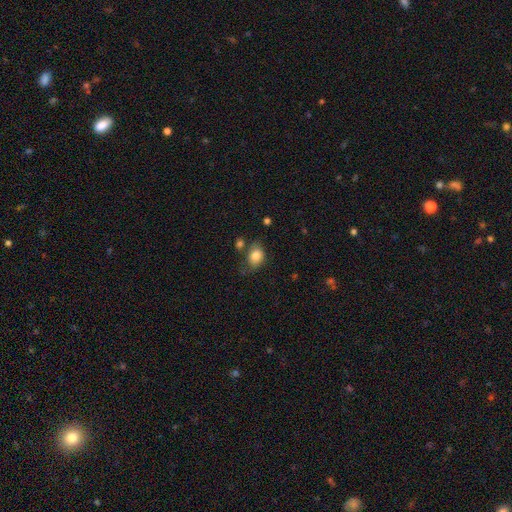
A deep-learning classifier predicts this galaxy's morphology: A smooth galaxy with no disk features (82%) that is in between round and cigar-shaped (65%). Merging: none (62%).